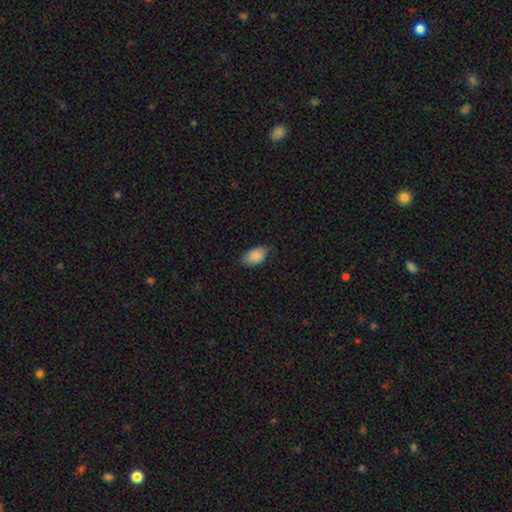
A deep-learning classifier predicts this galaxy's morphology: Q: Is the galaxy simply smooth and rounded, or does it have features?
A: smooth — 88%.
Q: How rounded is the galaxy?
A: in between — 93%.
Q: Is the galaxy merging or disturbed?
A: none — 73%.